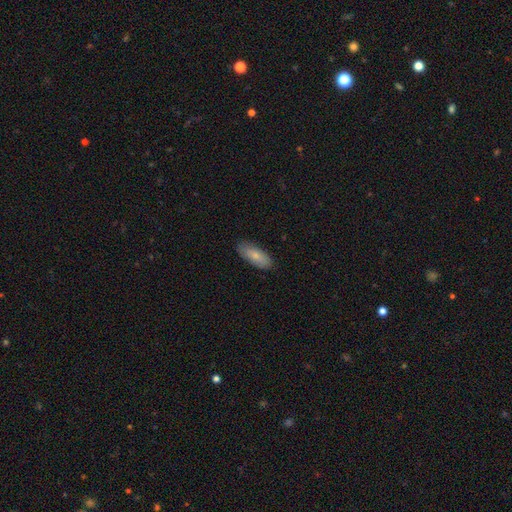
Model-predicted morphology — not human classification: smooth 80%, featured or disk 14%, star or artifact 6%. Down the decision tree: how rounded — in between (80%); merging — none (85%).